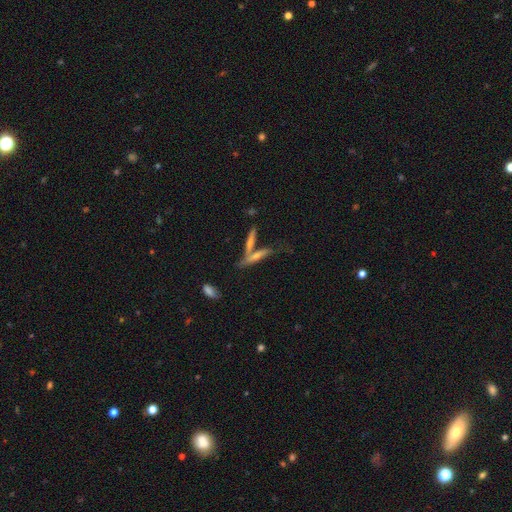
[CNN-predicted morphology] type=featured or disk (50%); merging=none (48%).